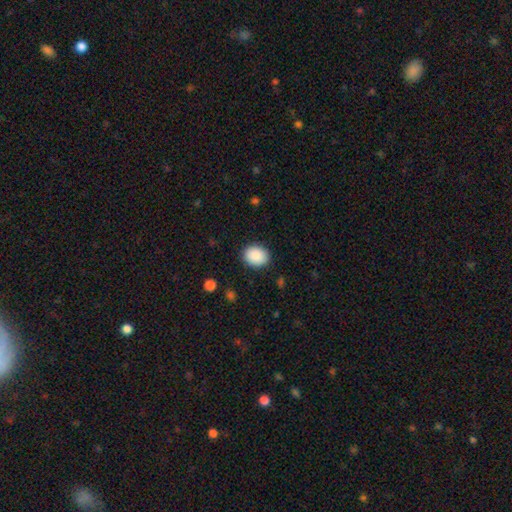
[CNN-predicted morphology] This appears to be a smooth galaxy with no disk features (90%) that is in between round and cigar-shaped (53%). Merging: none (88%).